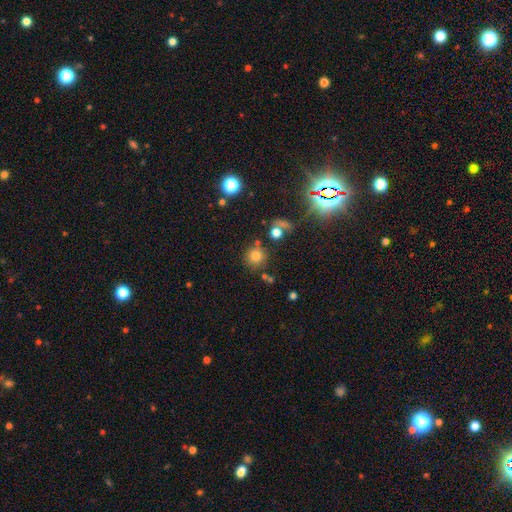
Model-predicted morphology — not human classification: This appears to be a smooth galaxy with no disk features (73%) that is round (91%). Merging: none (76%).